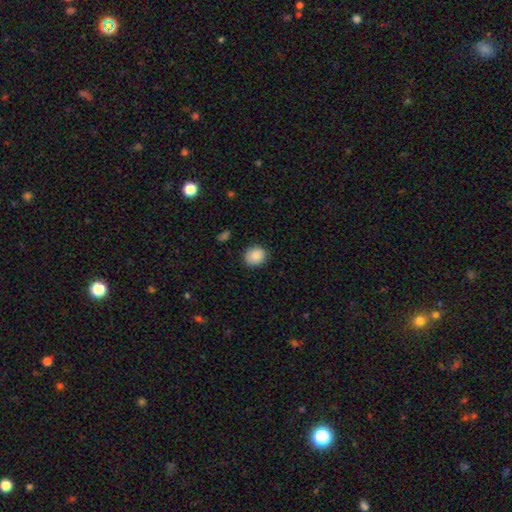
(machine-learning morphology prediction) Smooth or featured? Predicted: smooth (p=0.88). How rounded? Predicted: round (p=0.64). Merging? Predicted: none (p=0.85).